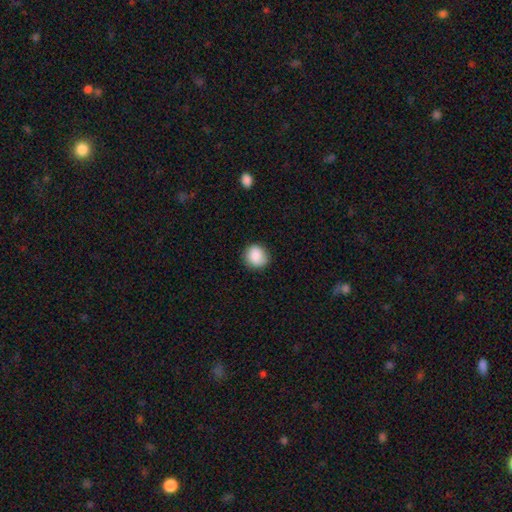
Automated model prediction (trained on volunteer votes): This is clearly a smooth galaxy (87%). How rounded: clearly round (83%). Merging: clearly none (83%).